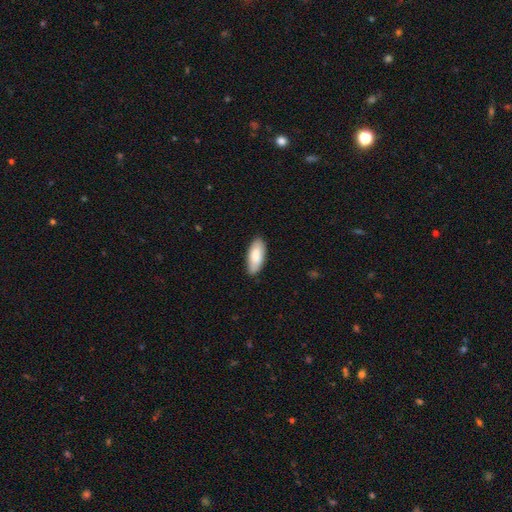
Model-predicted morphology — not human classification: This is clearly a smooth galaxy (84%). How rounded: clearly in between (81%). Merging: clearly none (86%).